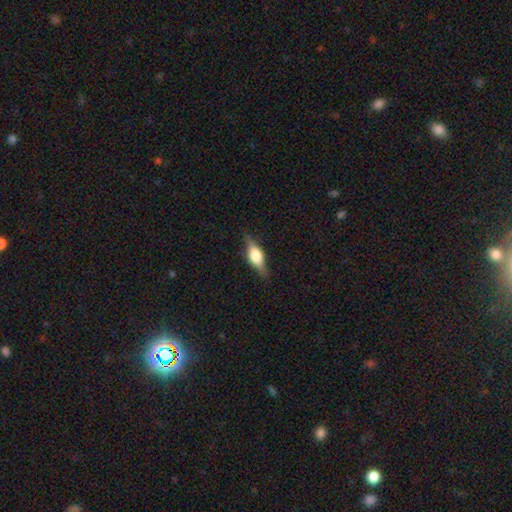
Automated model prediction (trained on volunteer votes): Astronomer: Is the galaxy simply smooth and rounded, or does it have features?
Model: featured or disk — 53% (runner-up: smooth, 40%).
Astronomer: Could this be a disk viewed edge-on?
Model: yes — 92%.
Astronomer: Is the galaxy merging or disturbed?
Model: none — 81%.